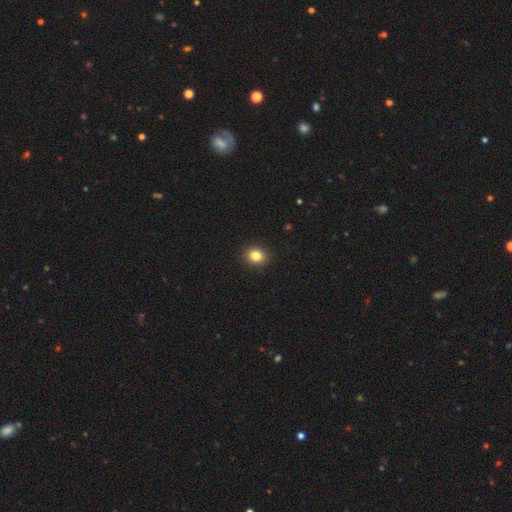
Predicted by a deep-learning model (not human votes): A smooth galaxy with no disk features (84%) that is round (70%). Merging: none (92%).